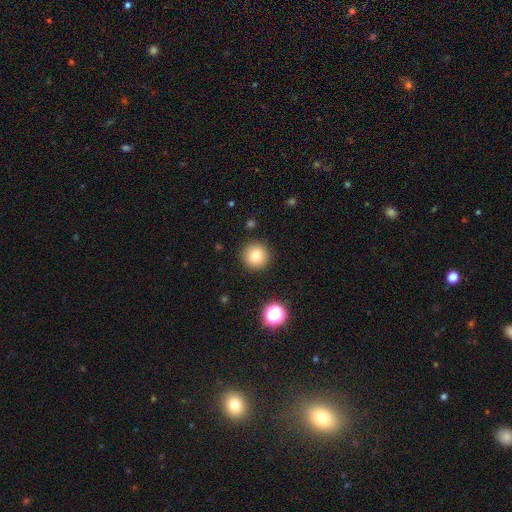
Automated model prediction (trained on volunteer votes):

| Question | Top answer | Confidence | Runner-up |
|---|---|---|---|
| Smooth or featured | smooth | 81% | star or artifact (11%) |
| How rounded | round | 95% | in between (4%) |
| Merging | none | 90% | minor disturbance (6%) |